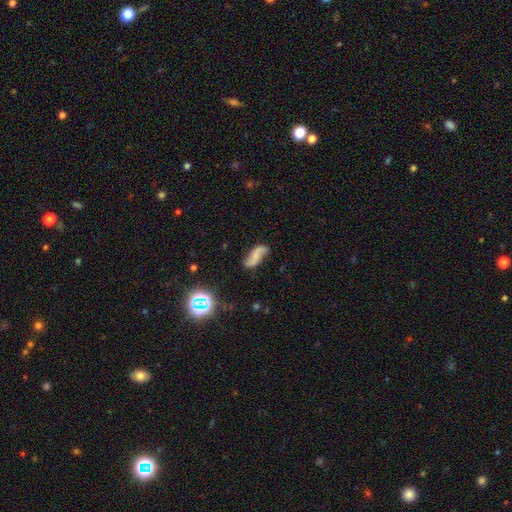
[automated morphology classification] type=featured or disk (56%); edge-on=no (93%); bar=no (52%); spiral arms=yes (89%); bulge=none (49%); merging=none (68%).